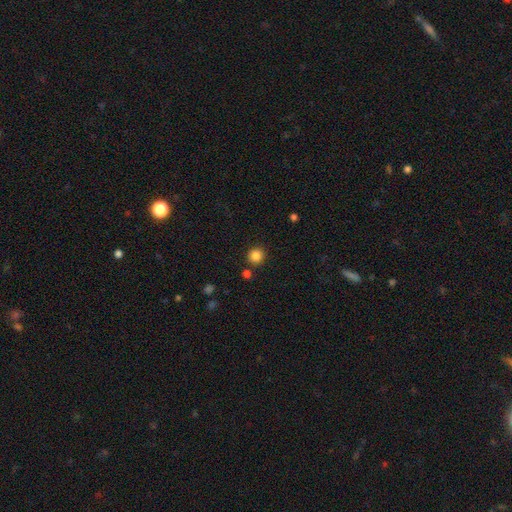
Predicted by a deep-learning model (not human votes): Smooth or featured? smooth (85%)
How rounded? round (94%)
Merging? none (87%)